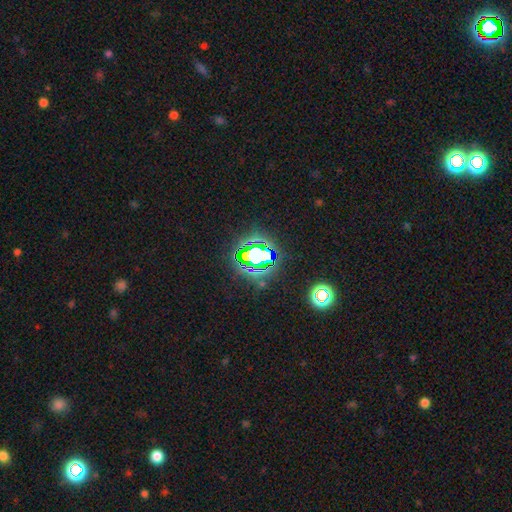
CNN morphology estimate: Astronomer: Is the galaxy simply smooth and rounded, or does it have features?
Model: star or artifact — 66%.